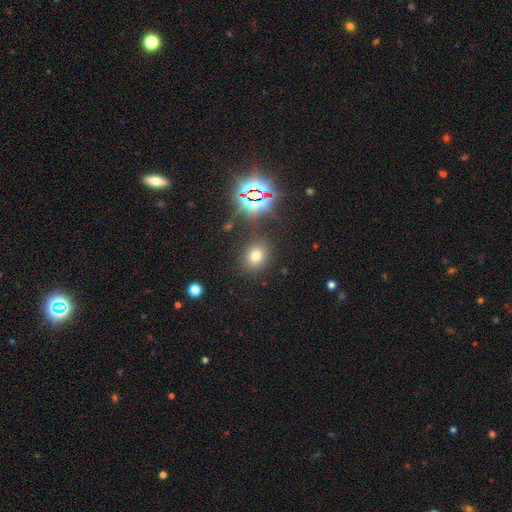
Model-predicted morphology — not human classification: Smooth or featured?
  - smooth: 66% *
  - star or artifact: 25%
  - featured or disk: 9%
How rounded?
  - round: 68% *
  - in between: 31%
  - cigar-shaped: 1%
Merging?
  - none: 85% *
  - minor disturbance: 9%
  - major disturbance: 4%
  - merger: 3%